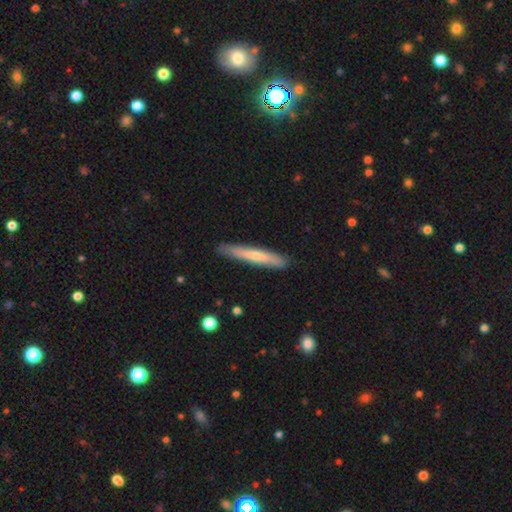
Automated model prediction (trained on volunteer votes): Smooth or featured?
  - smooth: 57% *
  - featured or disk: 37%
  - star or artifact: 5%
How rounded?
  - cigar-shaped: 95% *
  - in between: 4%
  - round: 1%
Merging?
  - none: 87% *
  - minor disturbance: 10%
  - major disturbance: 2%
  - merger: 1%